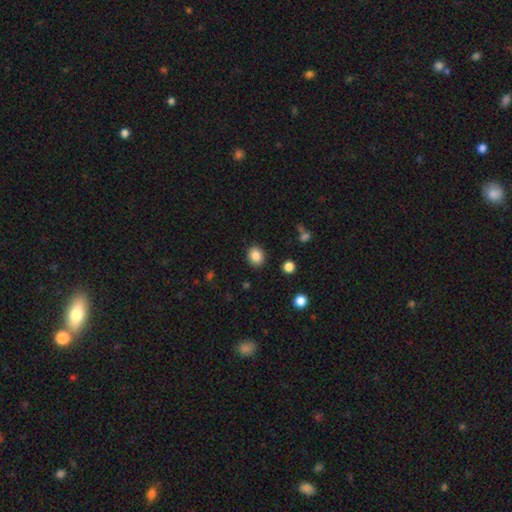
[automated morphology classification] smooth_or_featured: smooth (p=0.86) [alt: star or artifact p=0.10]
how_rounded: round (p=0.62) [alt: in between p=0.37]
merging: none (p=0.89) [alt: minor disturbance p=0.08]